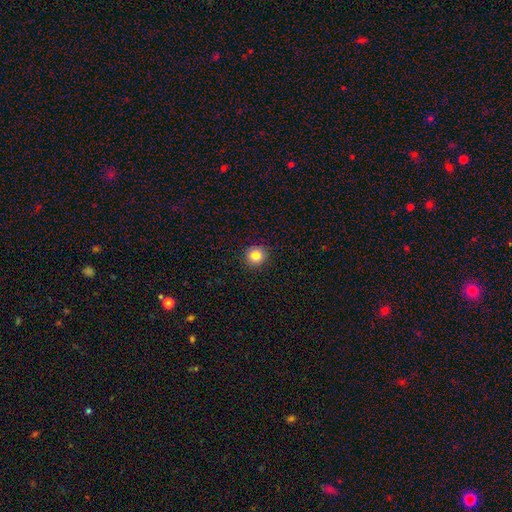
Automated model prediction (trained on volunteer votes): Smooth or featured? Predicted: smooth (p=0.84). How rounded? Predicted: round (p=0.93). Merging? Predicted: none (p=0.92).